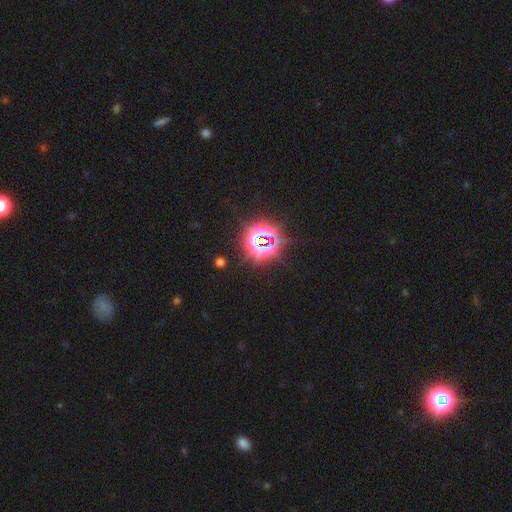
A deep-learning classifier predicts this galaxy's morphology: A star or artifact, not a galaxy (79%).